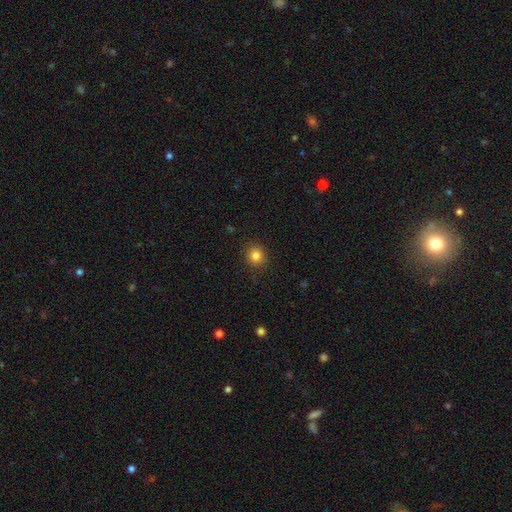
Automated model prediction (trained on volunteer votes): smooth 83%, star or artifact 12%, featured or disk 5%. Down the decision tree: how rounded — round (84%); merging — none (88%).